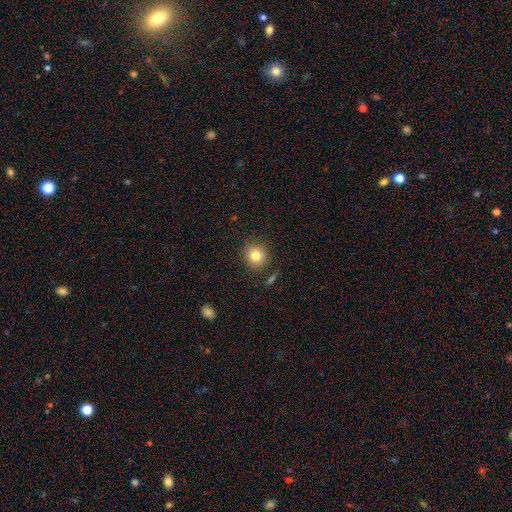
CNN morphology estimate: smooth_or_featured: smooth (p=0.81) [alt: star or artifact p=0.11]
how_rounded: round (p=0.87) [alt: in between p=0.12]
merging: none (p=0.86) [alt: minor disturbance p=0.09]